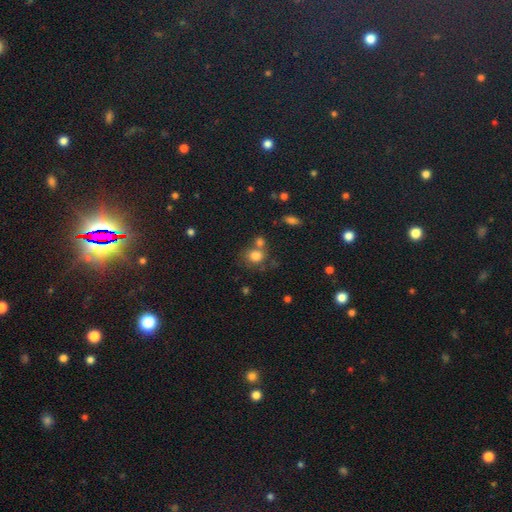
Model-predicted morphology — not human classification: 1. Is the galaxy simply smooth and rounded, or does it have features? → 79% smooth, 12% star or artifact, 9% featured or disk.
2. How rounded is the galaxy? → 68% round, 31% in between, 1% cigar-shaped.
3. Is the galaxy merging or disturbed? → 51% none, 31% merger, 12% minor disturbance, 5% major disturbance.